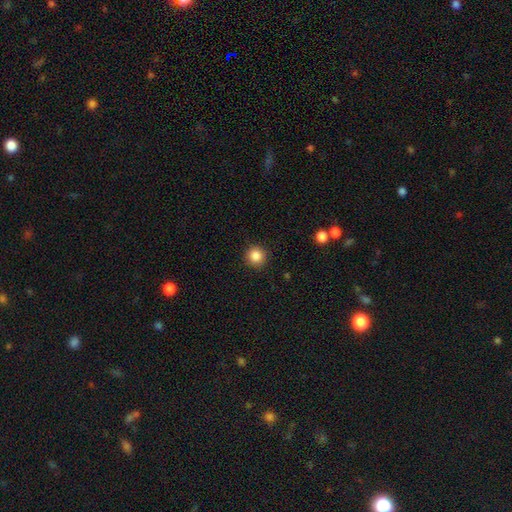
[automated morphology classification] Overall: smooth (85%). How rounded: round (94%). Merging: none (91%).